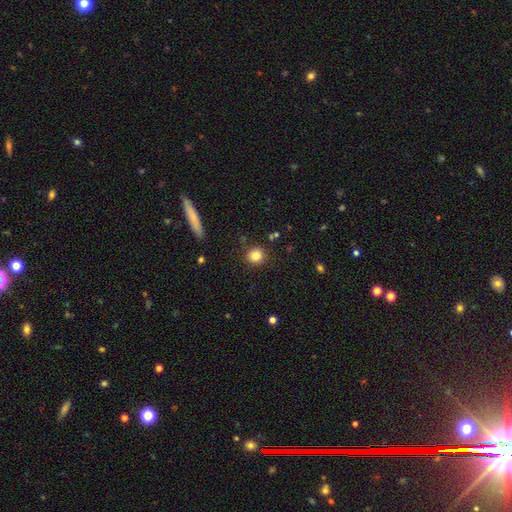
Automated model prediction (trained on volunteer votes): Smooth or featured? Predicted: smooth (p=0.83). How rounded? Predicted: round (p=0.90). Merging? Predicted: none (p=0.88).